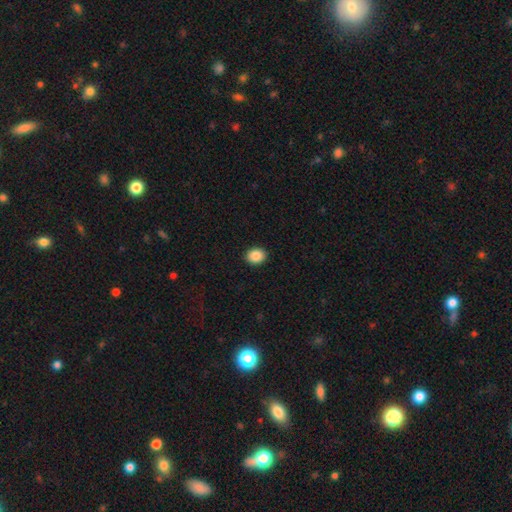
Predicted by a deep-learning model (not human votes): Smooth or featured? Predicted: smooth (p=0.88). How rounded? Predicted: round (p=0.57). Merging? Predicted: none (p=0.92).